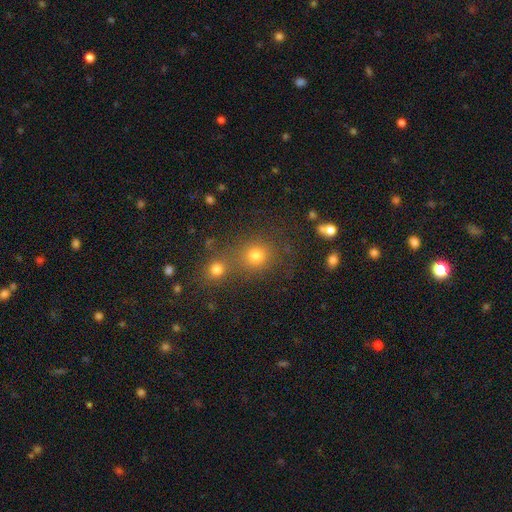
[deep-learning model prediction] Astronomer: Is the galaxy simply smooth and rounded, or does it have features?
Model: smooth — 74%.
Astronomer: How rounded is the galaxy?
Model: round — 84%.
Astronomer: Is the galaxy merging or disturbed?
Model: none — 59%.